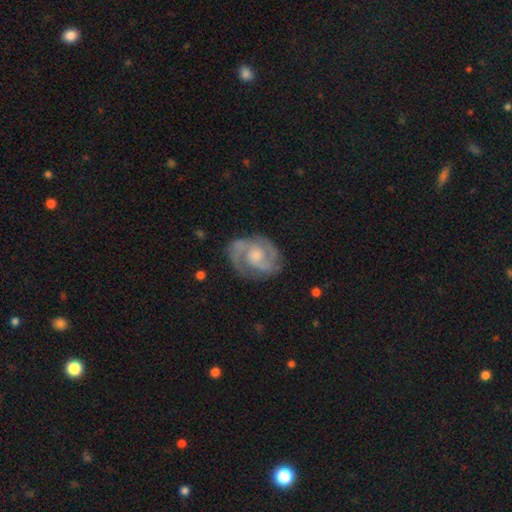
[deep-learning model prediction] Overall: featured or disk (87%). Edge-on disk: no (98%). Bar: no (58%; weak 35%). Spiral arms: yes (97%). Spiral arm count: 2 (78%). Spiral winding: medium (47%; tight 43%). Bulge size: moderate (46%; small 36%). Merging: none (75%).